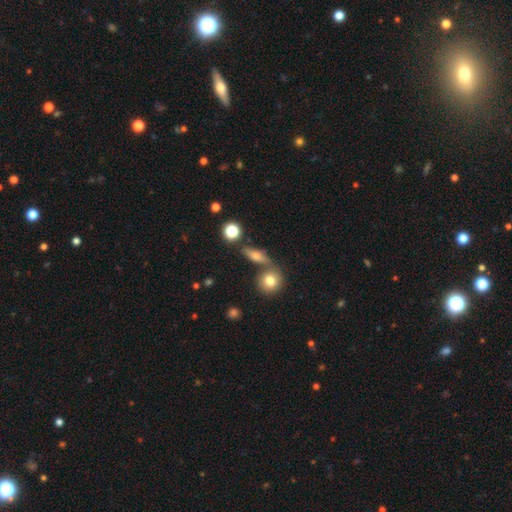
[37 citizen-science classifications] Smooth or featured? smooth (59%)
How rounded? in between (59%)
Merging? none (75%)